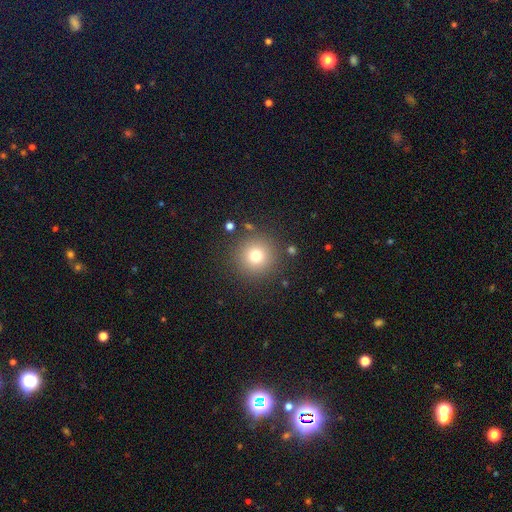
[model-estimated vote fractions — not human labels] Smooth or featured? Predicted: smooth (p=0.75). How rounded? Predicted: round (p=0.95). Merging? Predicted: none (p=0.87).